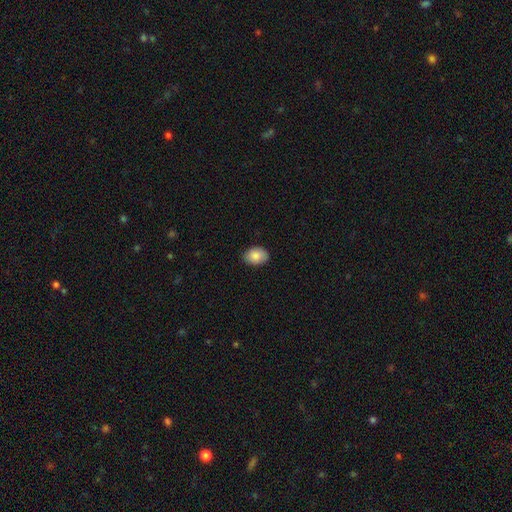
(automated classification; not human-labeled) Smooth or featured: smooth — 86% (featured or disk — 7%)
How rounded: in between — 79% (round — 20%)
Merging: none — 85% (minor disturbance — 12%)